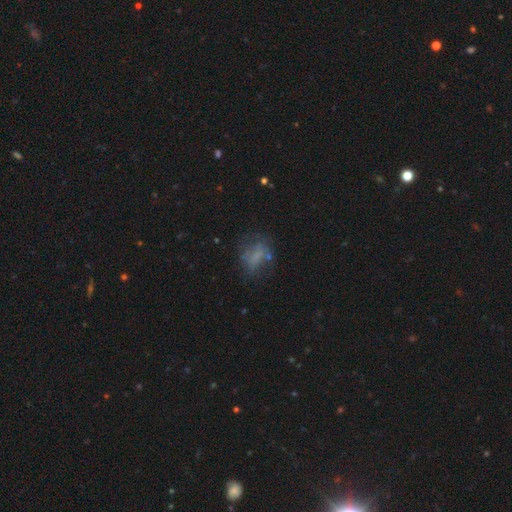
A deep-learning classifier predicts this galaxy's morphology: The model was most divided on "smooth or featured": smooth: 51%, featured or disk: 33%, star or artifact: 16%. More confident: how rounded — in between (69%); merging — none (51%).